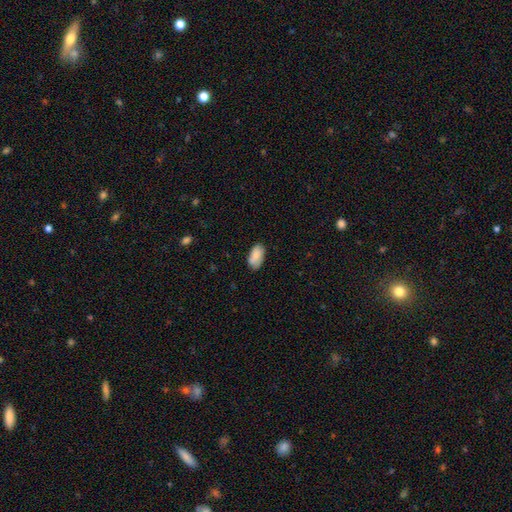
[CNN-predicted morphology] The model was most divided on "merging": none: 73%, minor disturbance: 22%, major disturbance: 4%, merger: 2%. More confident: how rounded — in between (94%); smooth or featured — smooth (84%).